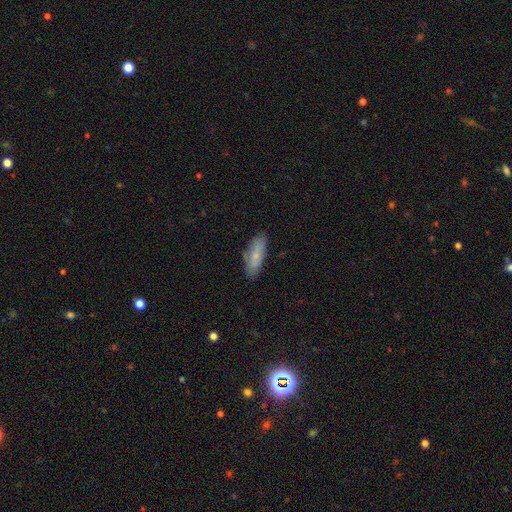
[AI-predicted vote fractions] Smooth or featured? Predicted: smooth (p=0.73). How rounded? Predicted: in between (p=0.63). Merging? Predicted: none (p=0.81).